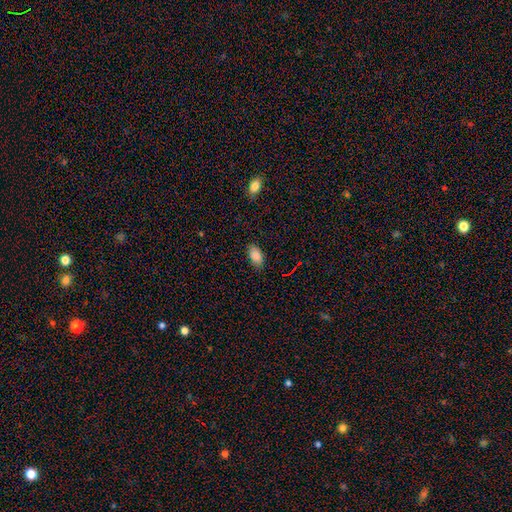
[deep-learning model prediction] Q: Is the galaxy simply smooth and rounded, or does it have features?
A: smooth — 84%.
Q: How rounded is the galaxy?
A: in between — 93%.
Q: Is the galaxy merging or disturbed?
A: none — 82%.